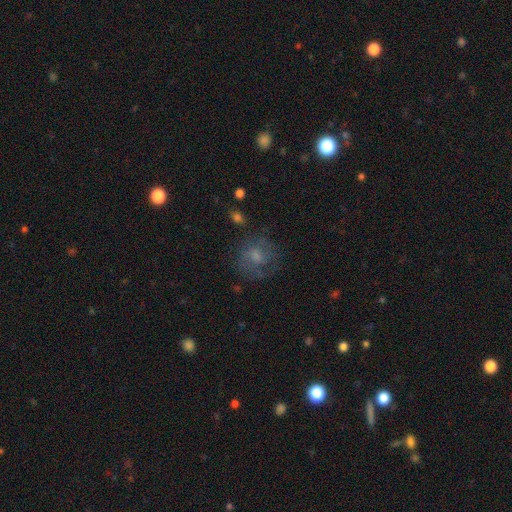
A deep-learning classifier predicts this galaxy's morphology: This appears to be a smooth galaxy with no disk features (48%). Merging: none (62%).